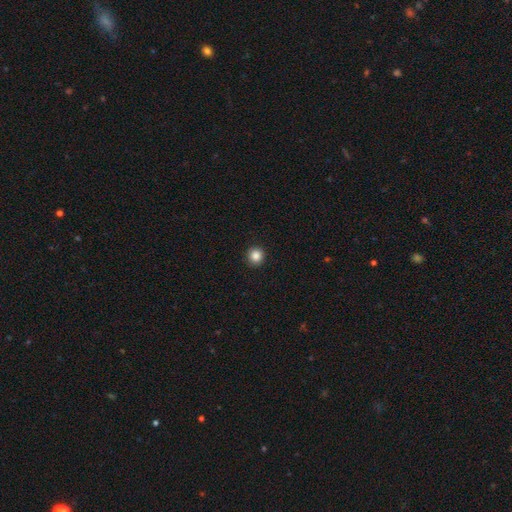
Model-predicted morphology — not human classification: Smooth or featured?
  - smooth: 86% *
  - star or artifact: 10%
  - featured or disk: 4%
How rounded?
  - round: 93% *
  - in between: 6%
  - cigar-shaped: 1%
Merging?
  - none: 93% *
  - minor disturbance: 5%
  - major disturbance: 2%
  - merger: 1%